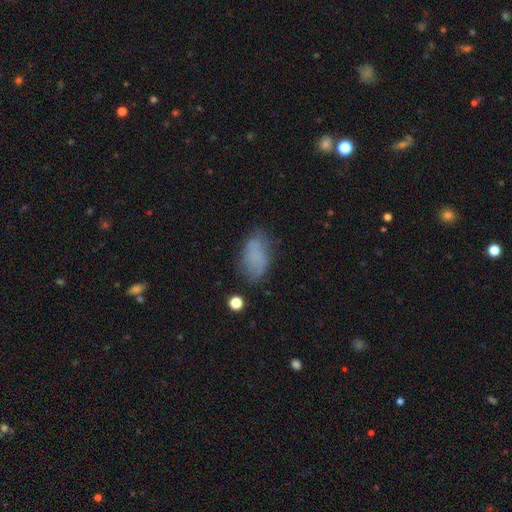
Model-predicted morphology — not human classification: A smooth galaxy with no disk features (73%) that is in between round and cigar-shaped (91%). Merging: none (60%).